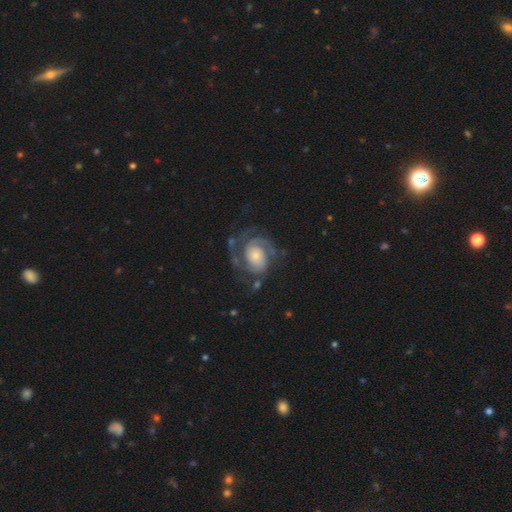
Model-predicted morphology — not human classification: type=featured or disk (87%); edge-on=no (98%); bar=no (70%); spiral arms=yes (97%); winding=tight (44%); arm count=2 (74%); bulge=small (39%); merging=none (62%).